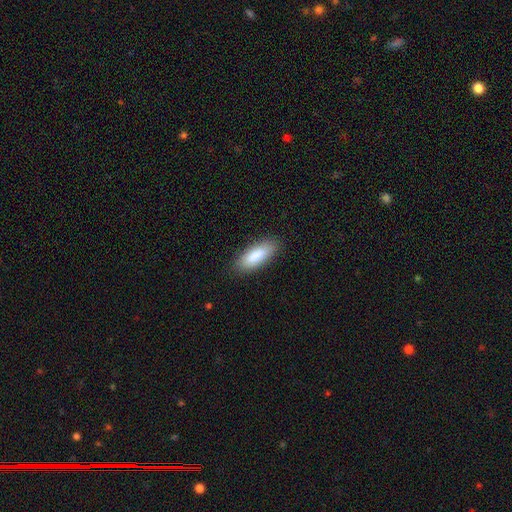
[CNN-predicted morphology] Smooth or featured: smooth — 87% (featured or disk — 7%)
How rounded: in between — 69% (cigar-shaped — 30%)
Merging: none — 86% (minor disturbance — 11%)